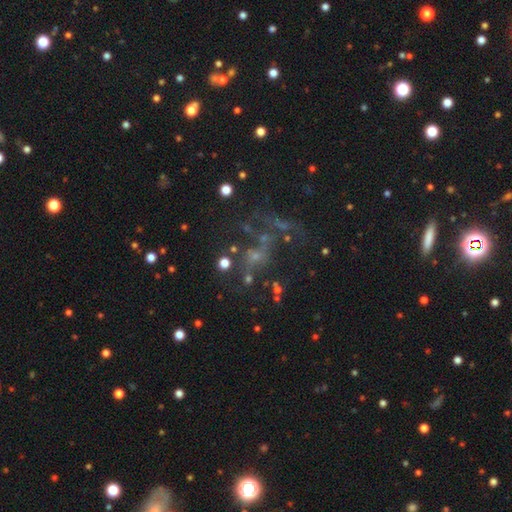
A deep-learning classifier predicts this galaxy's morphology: Smooth or featured?
  - featured or disk: 39% *
  - star or artifact: 38%
  - smooth: 23%
Merging?
  - none: 41% *
  - major disturbance: 31%
  - merger: 15%
  - minor disturbance: 13%